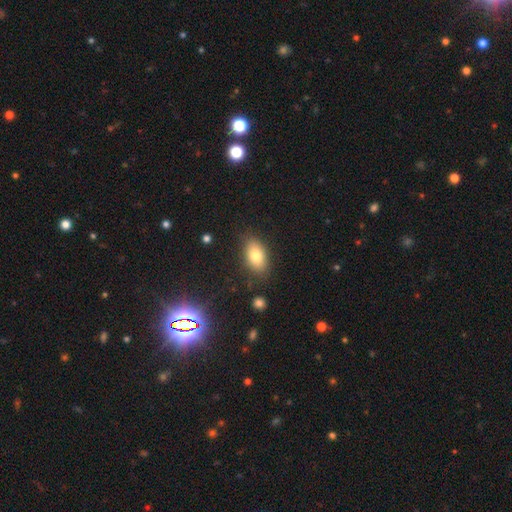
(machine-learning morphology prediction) Smooth or featured? smooth (79%)
How rounded? in between (89%)
Merging? none (82%)